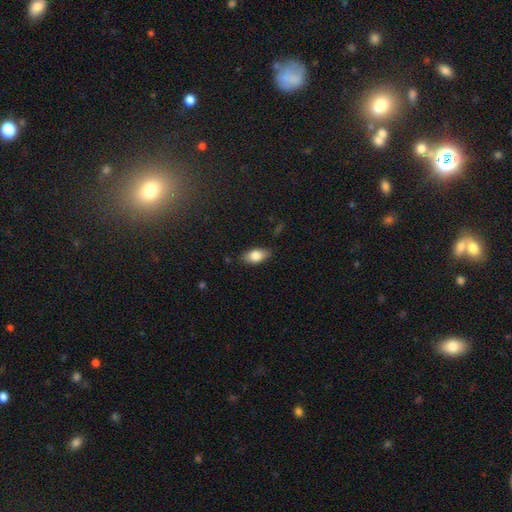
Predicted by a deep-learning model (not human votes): Smooth or featured? Predicted: smooth (p=0.82). How rounded? Predicted: in between (p=0.90). Merging? Predicted: none (p=0.83).